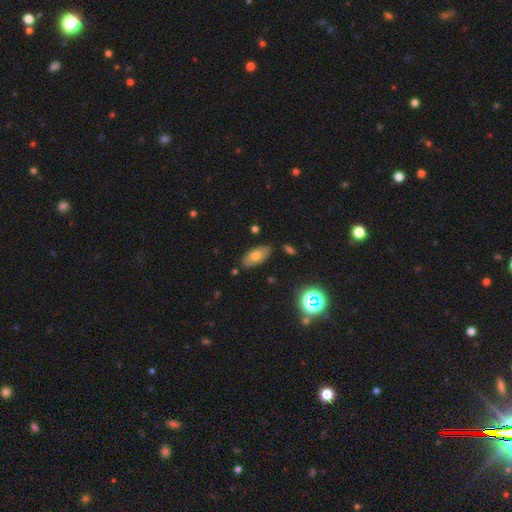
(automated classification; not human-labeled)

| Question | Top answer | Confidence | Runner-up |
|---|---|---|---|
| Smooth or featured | smooth | 62% | featured or disk (28%) |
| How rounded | in between | 91% | cigar-shaped (5%) |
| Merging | none | 82% | minor disturbance (12%) |